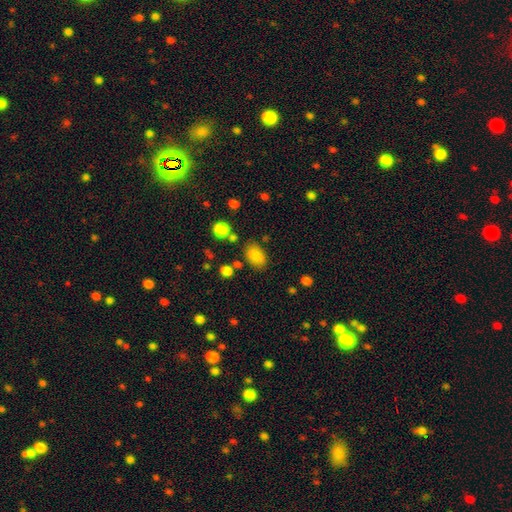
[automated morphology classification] Smooth or featured? smooth (85%)
How rounded? in between (86%)
Merging? none (76%)